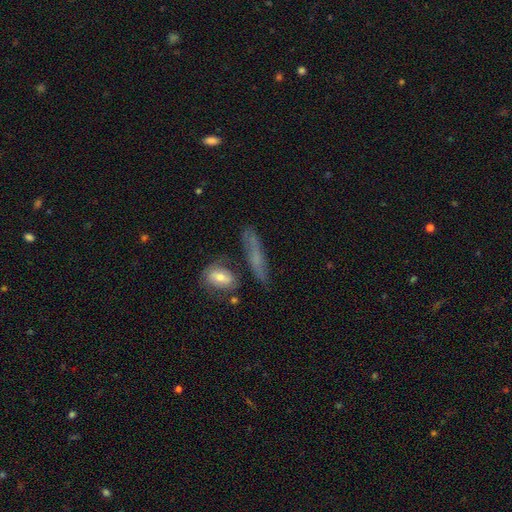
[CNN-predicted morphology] Q: Smooth or featured?
A: smooth (52%); runner-up: featured or disk (35%)
Q: How rounded?
A: cigar-shaped (76%); runner-up: in between (19%)
Q: Merging?
A: none (60%); runner-up: minor disturbance (19%)